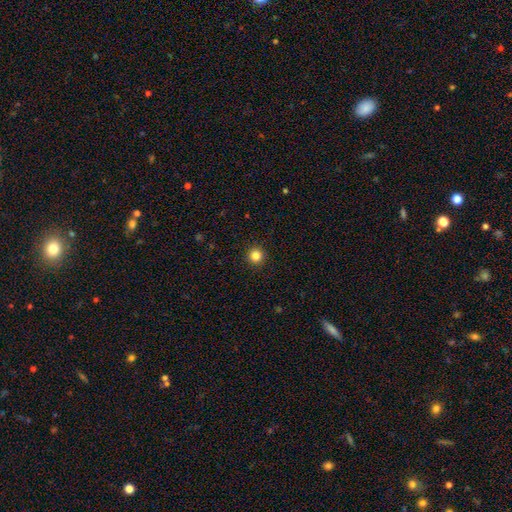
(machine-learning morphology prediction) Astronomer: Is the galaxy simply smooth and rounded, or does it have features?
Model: smooth — 84%.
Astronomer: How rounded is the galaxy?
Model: round — 96%.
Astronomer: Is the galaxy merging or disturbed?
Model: none — 93%.